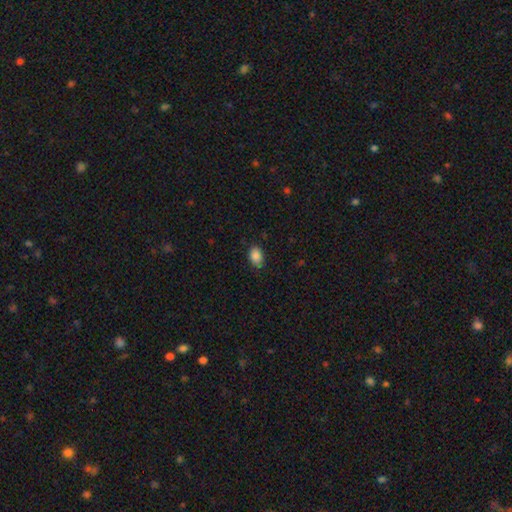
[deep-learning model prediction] A smooth galaxy with no disk features (88%) that is in between round and cigar-shaped (84%). Merging: none (80%).